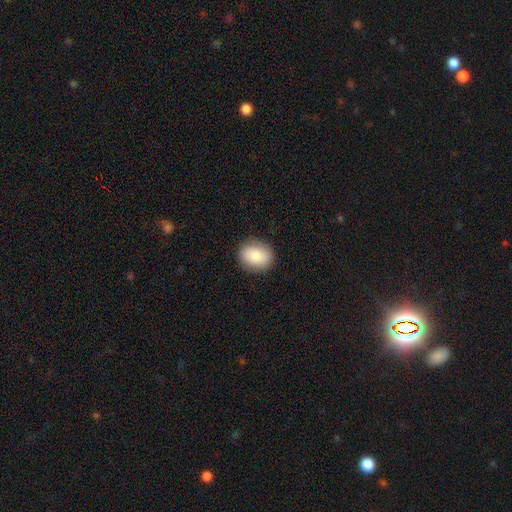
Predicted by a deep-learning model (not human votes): This is clearly a smooth galaxy (85%). How rounded: possibly in between (54%). Merging: clearly none (88%).